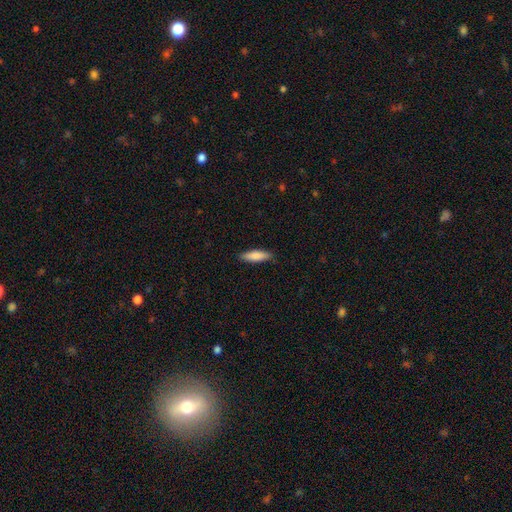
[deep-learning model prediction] A smooth galaxy with no disk features (83%) that is cigar-shaped (60%). Merging: none (88%).